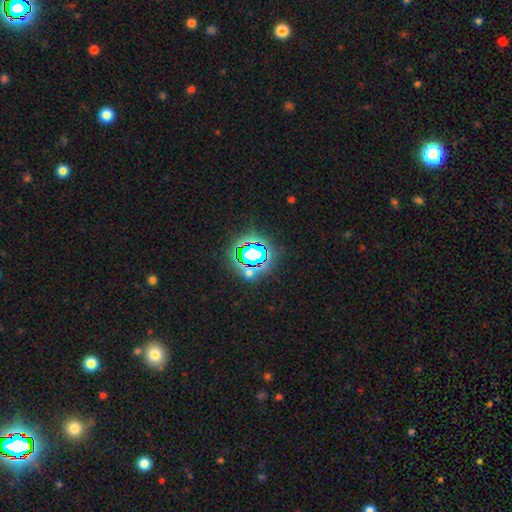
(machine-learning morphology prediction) This is likely a star or artifact rather than a galaxy (75%).